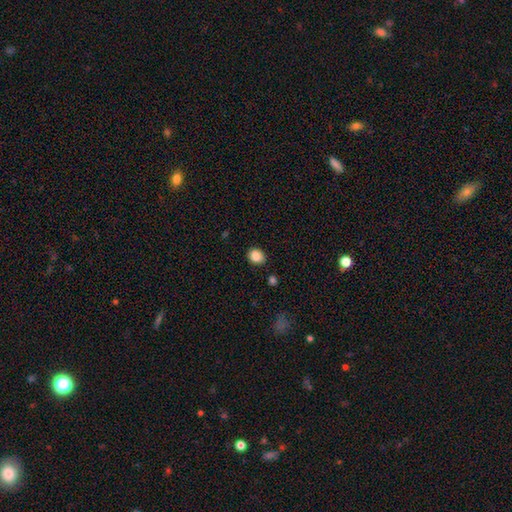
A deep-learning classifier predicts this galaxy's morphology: A smooth galaxy with no disk features (86%) that is round (56%). Merging: none (85%).